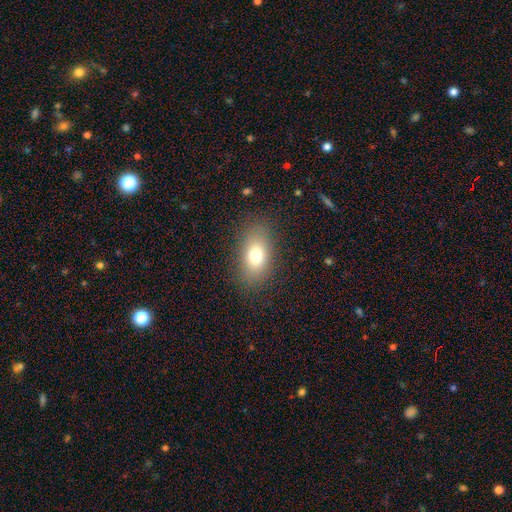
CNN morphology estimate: smooth 76%, featured or disk 14%, star or artifact 11%. Down the decision tree: how rounded — in between (85%); merging — none (84%).